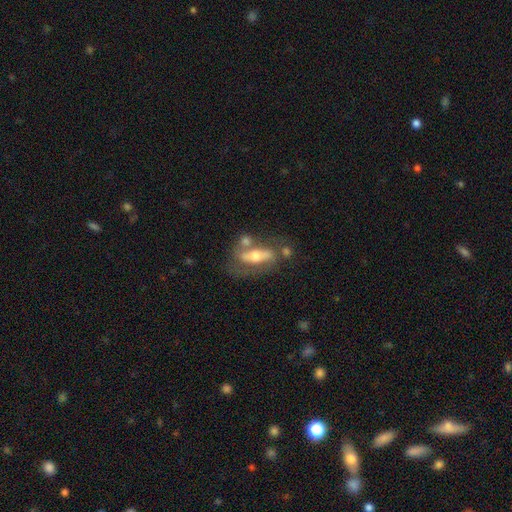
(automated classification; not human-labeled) A featured or disk galaxy (61%).

Vote fractions:
- Smooth or featured? featured or disk: 61% / smooth: 32% / star or artifact: 7%
- Edge-on disk? no: 71% / yes: 29%
- Merging? none: 46% / merger: 24% / minor disturbance: 17% / major disturbance: 12%